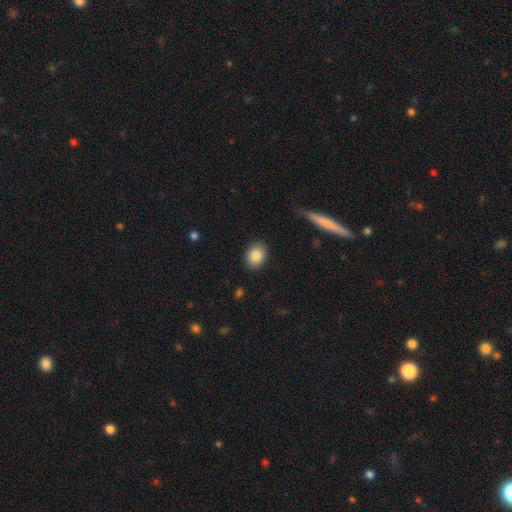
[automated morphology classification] Smooth or featured? smooth (86%)
How rounded? in between (65%)
Merging? none (89%)